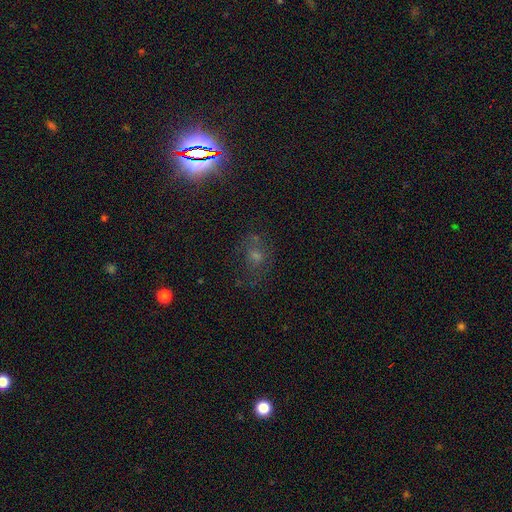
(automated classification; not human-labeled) Overall: star or artifact (43%; smooth 31%).